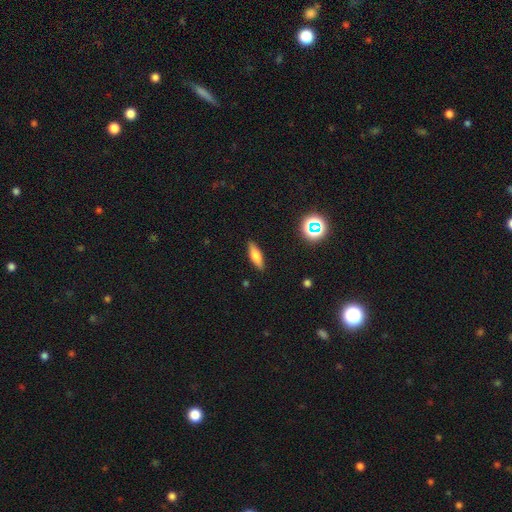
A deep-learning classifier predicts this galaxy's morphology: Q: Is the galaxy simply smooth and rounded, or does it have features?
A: smooth — 65%.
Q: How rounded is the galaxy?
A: cigar-shaped — 50%.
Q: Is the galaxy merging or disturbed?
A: none — 88%.